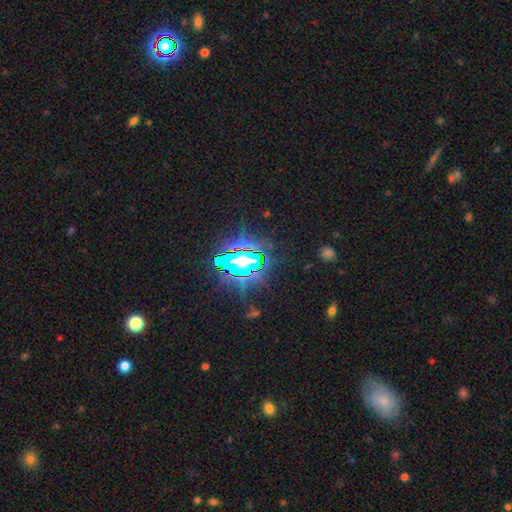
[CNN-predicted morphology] type=star or artifact (82%).